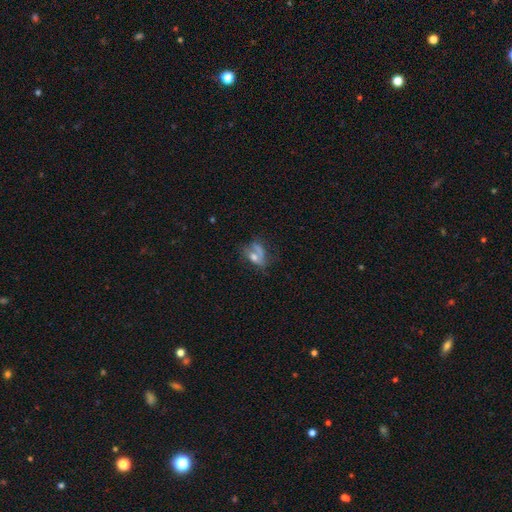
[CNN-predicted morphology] Smooth or featured?
  - smooth: 49% *
  - featured or disk: 37%
  - star or artifact: 14%
Merging?
  - major disturbance: 32% *
  - none: 31%
  - minor disturbance: 20%
  - merger: 17%